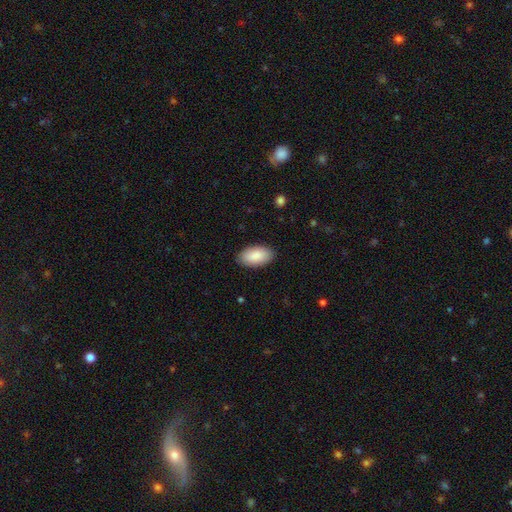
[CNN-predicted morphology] Smooth or featured?
  - smooth: 89% *
  - featured or disk: 6%
  - star or artifact: 5%
How rounded?
  - in between: 96% *
  - round: 2%
  - cigar-shaped: 2%
Merging?
  - none: 89% *
  - minor disturbance: 8%
  - major disturbance: 2%
  - merger: 1%